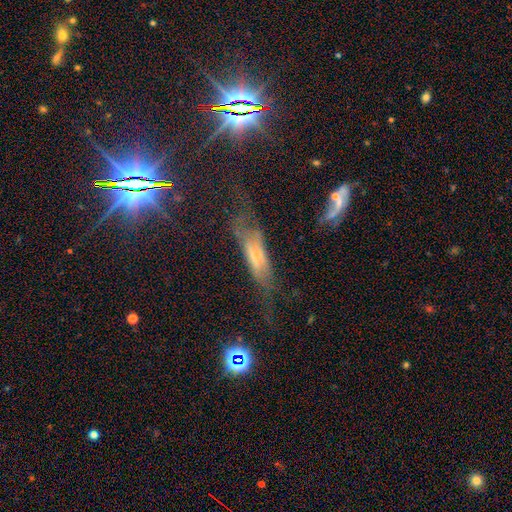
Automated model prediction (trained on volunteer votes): Smooth or featured? Predicted: featured or disk (p=0.48). Merging? Predicted: none (p=0.45).